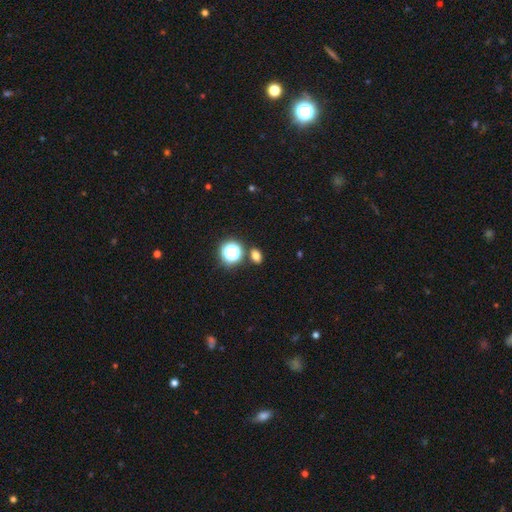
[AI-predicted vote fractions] Smooth or featured? Predicted: smooth (p=0.71). How rounded? Predicted: in between (p=0.67). Merging? Predicted: none (p=0.82).